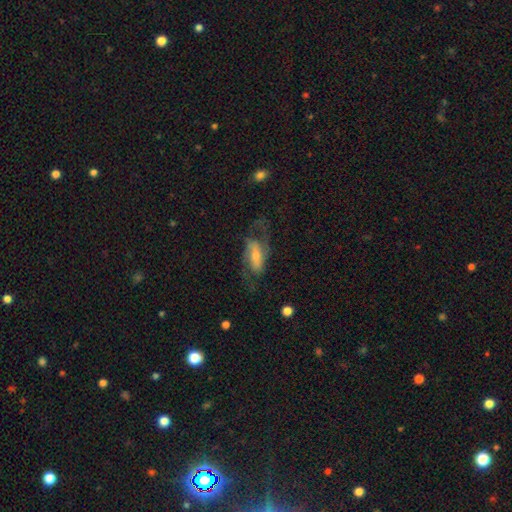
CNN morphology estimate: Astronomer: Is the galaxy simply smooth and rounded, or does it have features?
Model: featured or disk — 63%.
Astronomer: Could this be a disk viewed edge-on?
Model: no — 91%.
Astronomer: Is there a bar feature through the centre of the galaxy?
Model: weak — 40% (runner-up: no, 35%).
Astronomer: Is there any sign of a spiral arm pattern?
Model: yes — 82%.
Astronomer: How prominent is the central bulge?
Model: moderate — 44% (runner-up: small, 38%).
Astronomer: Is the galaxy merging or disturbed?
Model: none — 47% (runner-up: major disturbance, 31%).